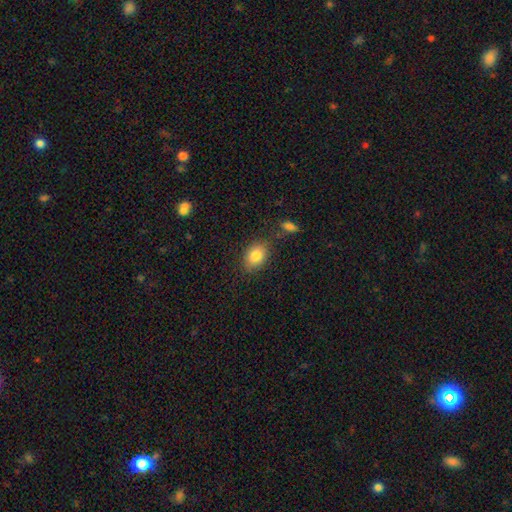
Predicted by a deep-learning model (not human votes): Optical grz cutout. It shows a smooth galaxy with no disk features (84%) that is in between round and cigar-shaped (78%). Merging: none (78%).